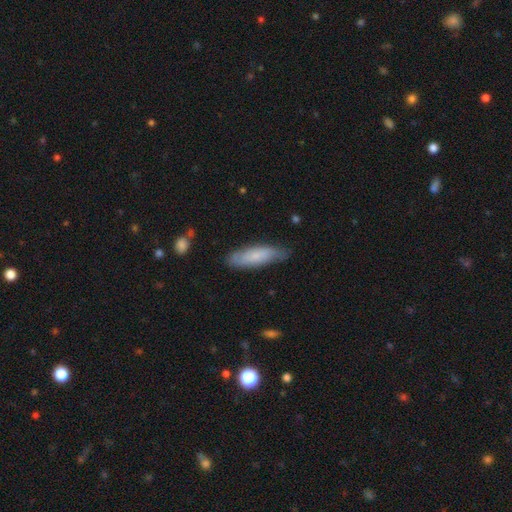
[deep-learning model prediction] smooth-or-featured: smooth: 69% | featured or disk: 26% | star or artifact: 6%
  how-rounded: cigar-shaped: 61% | in between: 37% | round: 2%
  merging: none: 74% | minor disturbance: 20% | major disturbance: 3% | merger: 2%